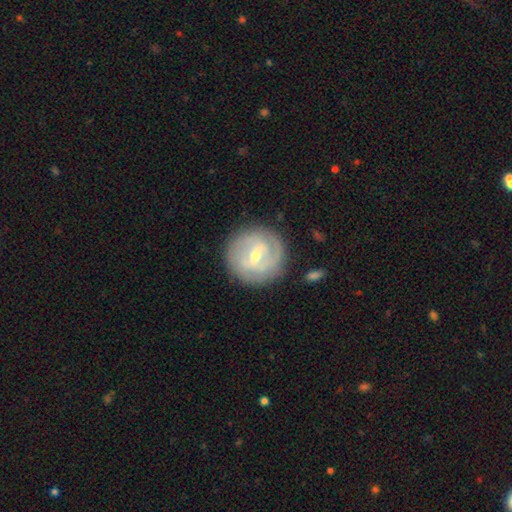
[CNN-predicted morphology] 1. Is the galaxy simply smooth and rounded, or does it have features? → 75% featured or disk, 20% smooth, 6% star or artifact.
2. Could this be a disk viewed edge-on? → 97% no, 3% yes.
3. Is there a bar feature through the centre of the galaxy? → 56% weak, 24% strong, 20% no.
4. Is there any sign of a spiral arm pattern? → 84% yes, 16% no.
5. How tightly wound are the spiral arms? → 68% tight, 25% medium, 7% loose.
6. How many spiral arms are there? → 40% 2, 35% can't tell, 13% 3, 5% 1, 4% 4, 3% more than 4.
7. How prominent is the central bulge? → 49% small, 47% moderate, 2% large, 1% none, 1% dominant.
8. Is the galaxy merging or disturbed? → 83% none, 11% minor disturbance, 4% major disturbance, 2% merger.